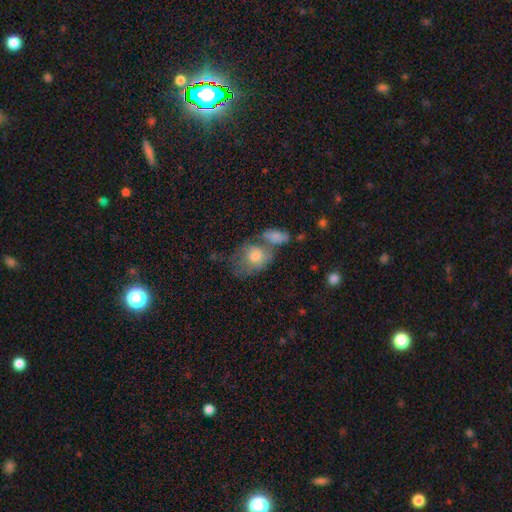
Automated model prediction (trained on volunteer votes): smooth_or_featured: smooth (p=0.71) [alt: featured or disk p=0.21]
how_rounded: in between (p=0.56) [alt: round p=0.42]
merging: merger (p=0.37) [alt: none p=0.30]